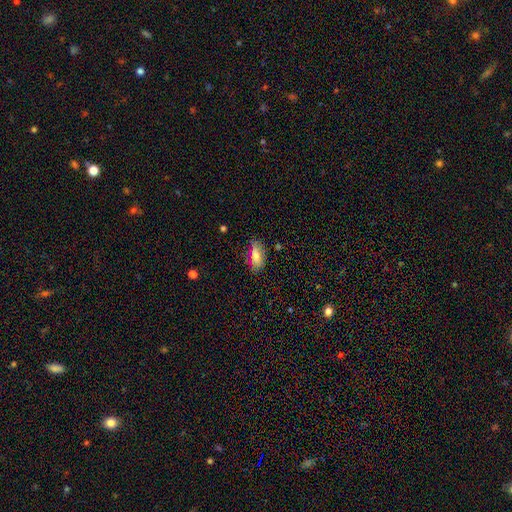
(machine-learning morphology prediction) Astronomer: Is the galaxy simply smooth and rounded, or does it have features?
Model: smooth — 72%.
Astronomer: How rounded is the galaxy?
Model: in between — 81%.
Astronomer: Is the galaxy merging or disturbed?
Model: none — 73%.